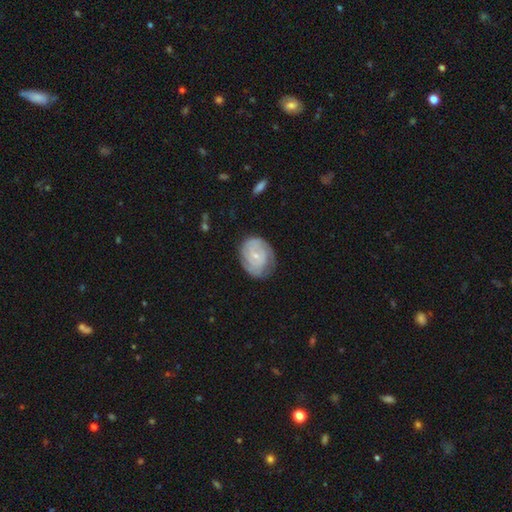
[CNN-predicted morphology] Smooth or featured: featured or disk — 72% (smooth — 22%)
Edge-on disk: no — 97% (yes — 3%)
Bar: no — 60% (weak — 34%)
Spiral arms: yes — 89% (no — 11%)
Spiral winding: tight — 68% (medium — 25%)
Spiral arm count: can't tell — 37% (2 — 35%)
Bulge size: small — 74% (moderate — 21%)
Merging: none — 69% (minor disturbance — 22%)